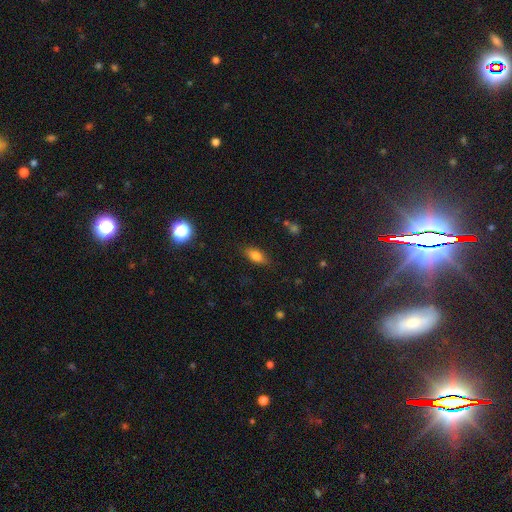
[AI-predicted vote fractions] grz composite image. It shows a smooth galaxy with no disk features (78%) that is in between round and cigar-shaped (83%). Merging: none (82%).